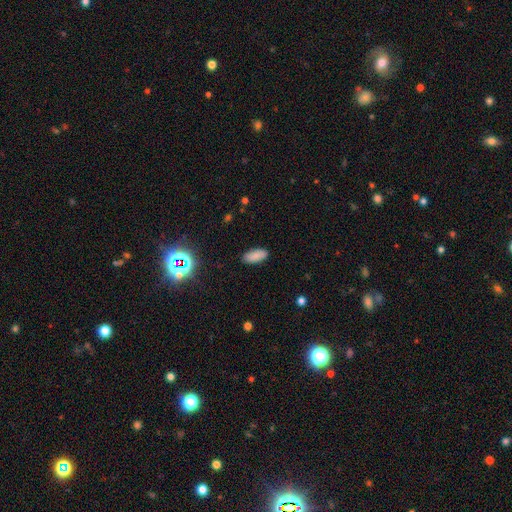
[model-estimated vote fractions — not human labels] smooth-or-featured: smooth: 85% | star or artifact: 10% | featured or disk: 5%
  how-rounded: in between: 86% | cigar-shaped: 12% | round: 2%
  merging: none: 88% | minor disturbance: 9% | major disturbance: 2% | merger: 1%